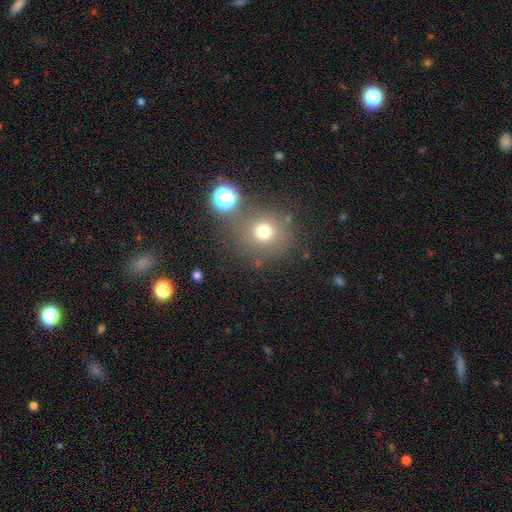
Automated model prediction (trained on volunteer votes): smooth_or_featured: smooth (p=0.58) [alt: star or artifact p=0.31]
how_rounded: round (p=0.88) [alt: in between p=0.11]
merging: none (p=0.76) [alt: merger p=0.10]